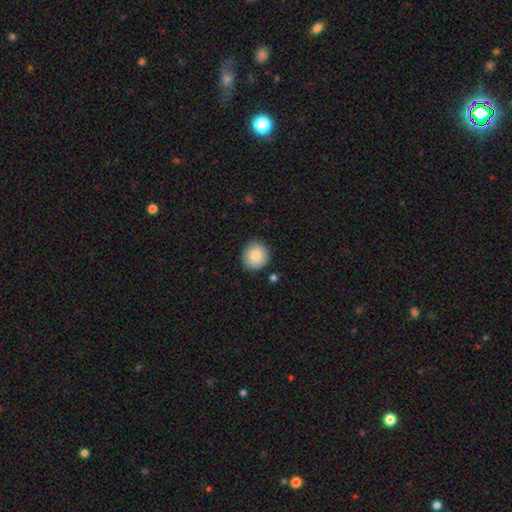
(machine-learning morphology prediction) Smooth or featured?
  - smooth: 85% *
  - star or artifact: 8%
  - featured or disk: 8%
How rounded?
  - round: 91% *
  - in between: 8%
  - cigar-shaped: 1%
Merging?
  - none: 87% *
  - minor disturbance: 9%
  - major disturbance: 2%
  - merger: 2%